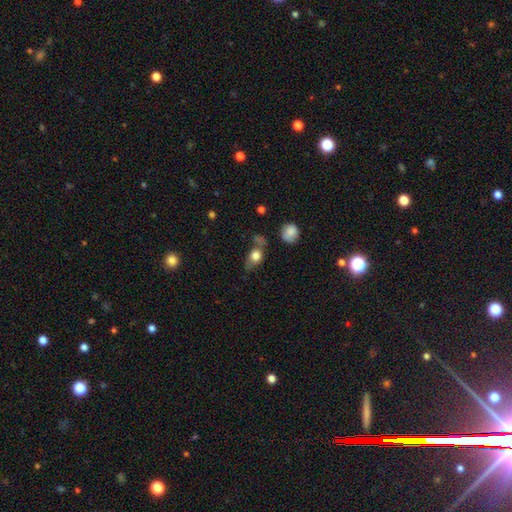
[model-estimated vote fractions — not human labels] smooth_or_featured: smooth (p=0.74) [alt: featured or disk p=0.17]
how_rounded: in between (p=0.63) [alt: round p=0.32]
merging: none (p=0.52) [alt: minor disturbance p=0.25]